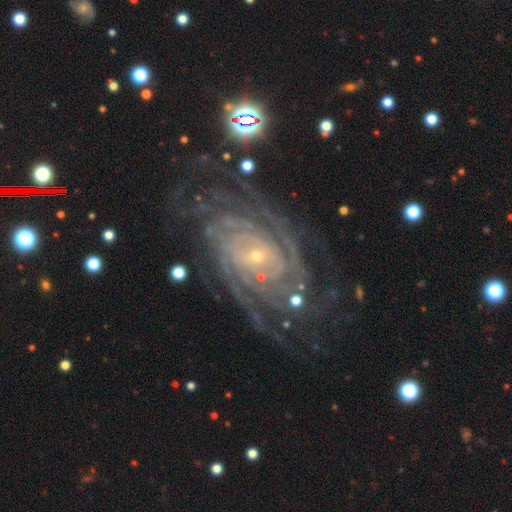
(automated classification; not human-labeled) smooth-or-featured: featured or disk: 91% | star or artifact: 6% | smooth: 3%
  disk-edge-on: no: 97% | yes: 3%
    bar: no: 68% | weak: 22% | strong: 10%
    has-spiral-arms: yes: 98% | no: 2%
      spiral-winding: tight: 77% | medium: 20% | loose: 4%
      spiral-arm-count: more than 4: 23% | 4: 21% | can't tell: 20% | 2: 14% | 3: 13% | 1: 8%
    bulge-size: small: 82% | moderate: 14% | none: 2% | large: 1% | dominant: 1%
  merging: none: 70% | minor disturbance: 18% | major disturbance: 10% | merger: 2%